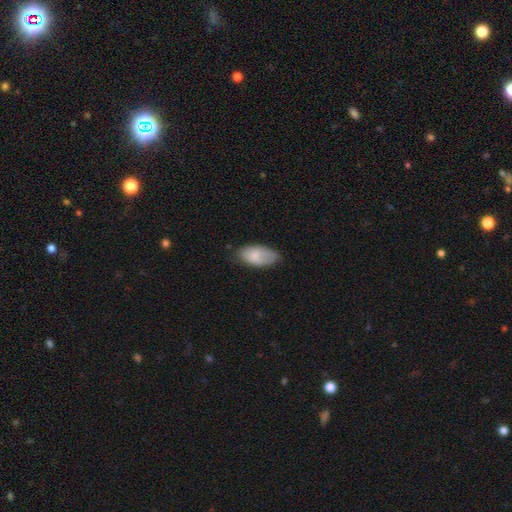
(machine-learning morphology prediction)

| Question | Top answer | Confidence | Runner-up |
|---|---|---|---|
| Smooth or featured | smooth | 76% | featured or disk (17%) |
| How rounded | in between | 93% | cigar-shaped (4%) |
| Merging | none | 61% | minor disturbance (30%) |